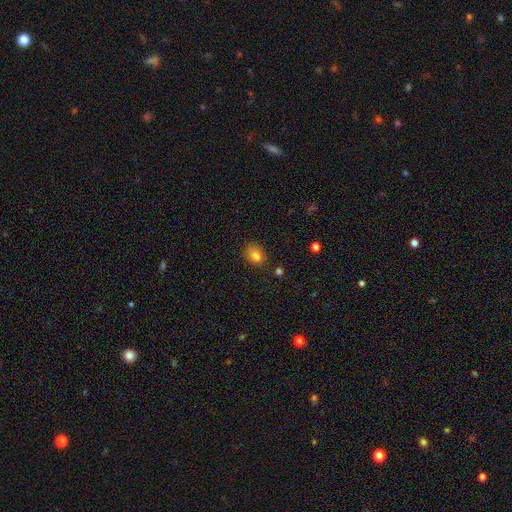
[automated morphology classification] Smooth or featured: smooth — 78% (star or artifact — 14%)
How rounded: in between — 64% (round — 35%)
Merging: none — 66% (minor disturbance — 21%)